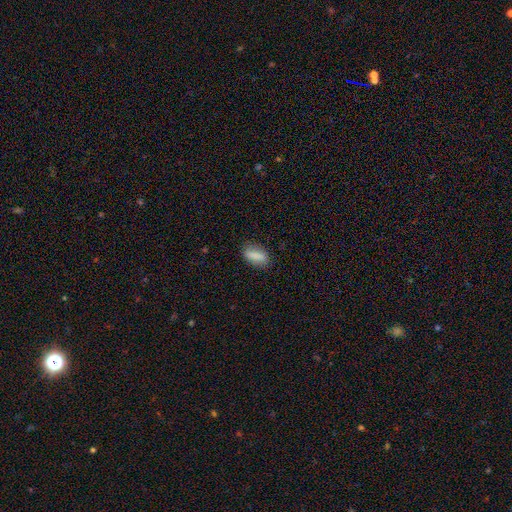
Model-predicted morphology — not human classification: Smooth or featured? Predicted: smooth (p=0.81). How rounded? Predicted: in between (p=0.77). Merging? Predicted: none (p=0.81).